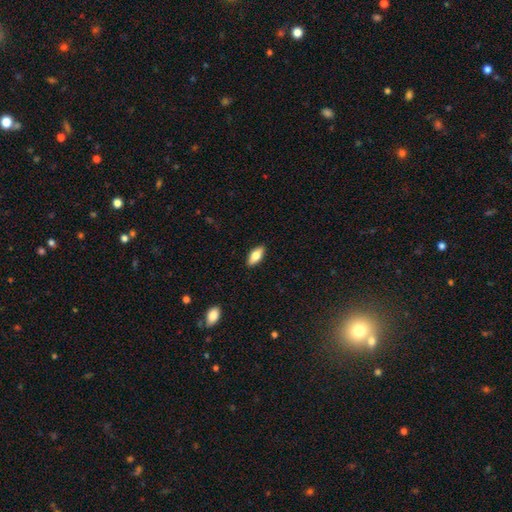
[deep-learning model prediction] Smooth or featured? smooth (70%)
How rounded? in between (80%)
Merging? none (89%)